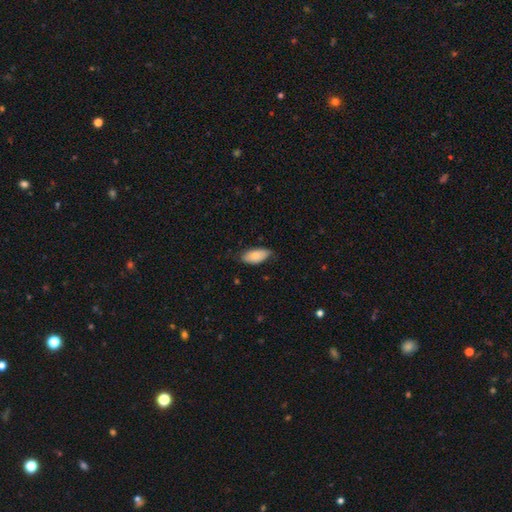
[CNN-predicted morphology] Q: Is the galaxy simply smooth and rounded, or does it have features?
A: smooth — 82%.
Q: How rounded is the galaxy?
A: in between — 92%.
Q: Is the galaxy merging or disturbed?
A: none — 71%.